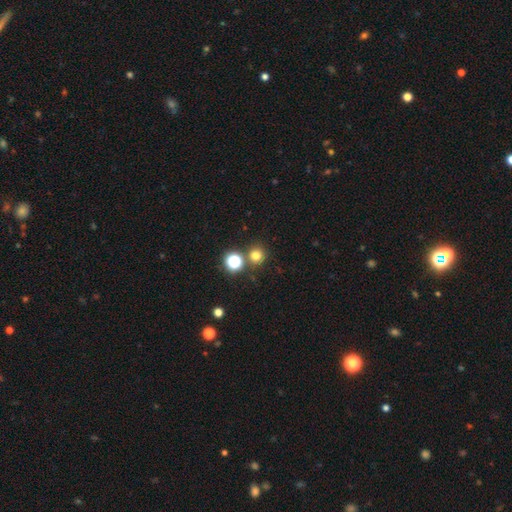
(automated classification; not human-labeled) Smooth or featured?
  - smooth: 74% *
  - star or artifact: 20%
  - featured or disk: 6%
How rounded?
  - round: 92% *
  - in between: 7%
  - cigar-shaped: 1%
Merging?
  - none: 79% *
  - merger: 12%
  - minor disturbance: 7%
  - major disturbance: 3%